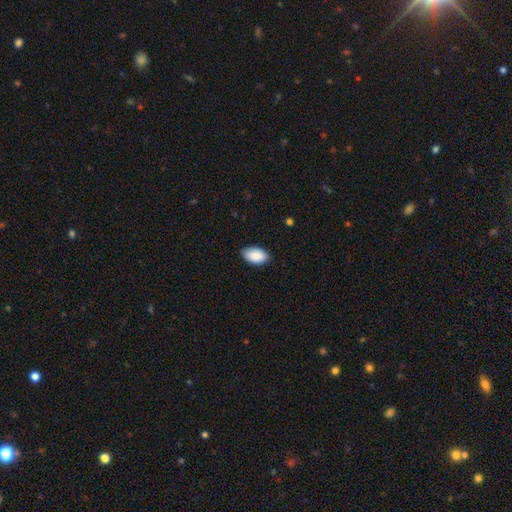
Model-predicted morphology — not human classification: The model was most divided on "merging": none: 85%, minor disturbance: 12%, major disturbance: 2%, merger: 1%. More confident: how rounded — in between (95%); smooth or featured — smooth (90%).